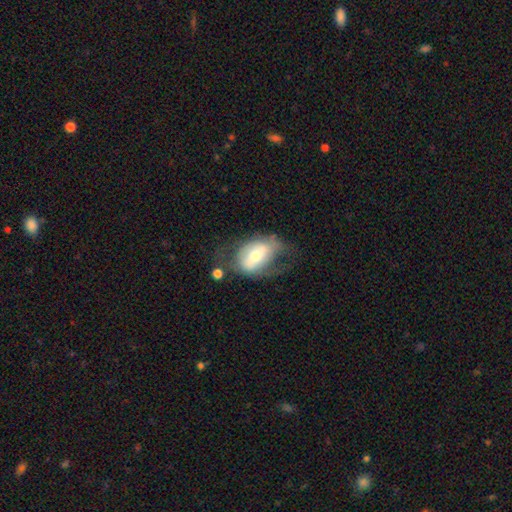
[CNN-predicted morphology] type=featured or disk (49%); merging=none (42%).